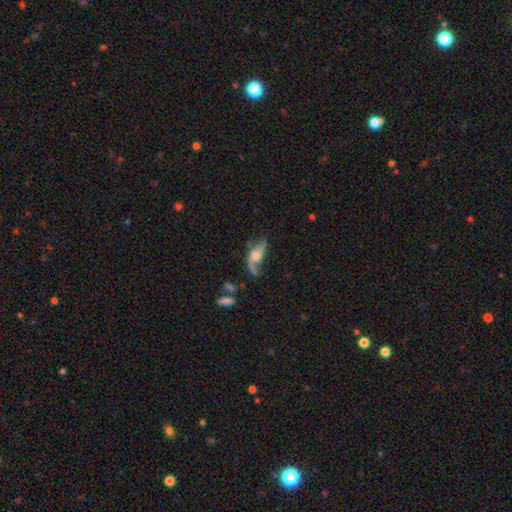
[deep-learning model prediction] Morphology: type=featured or disk (71%); edge-on=no (88%); bar=no (62%); spiral arms=yes (88%); winding=loose (77%); arm count=2 (77%); bulge=moderate (40%); merging=none (46%).